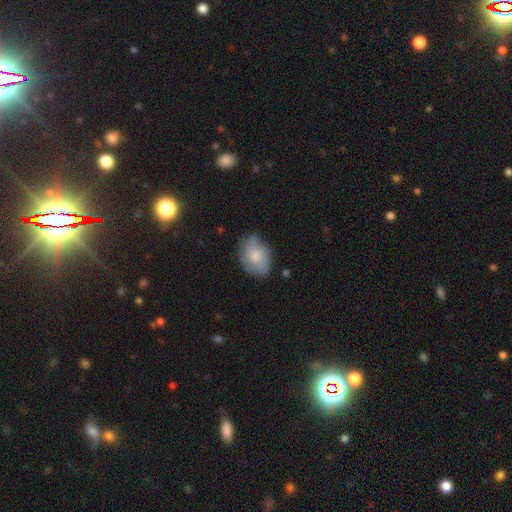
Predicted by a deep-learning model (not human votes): smooth_or_featured: smooth (p=0.60) [alt: featured or disk p=0.33]
how_rounded: in between (p=0.75) [alt: round p=0.24]
merging: none (p=0.66) [alt: minor disturbance p=0.26]